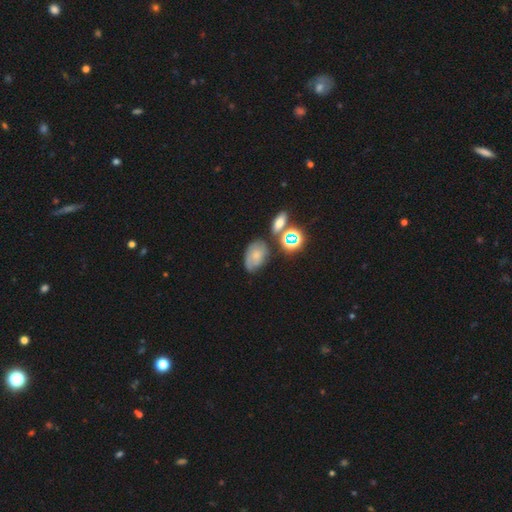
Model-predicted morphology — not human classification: Smooth or featured?
  - smooth: 46% *
  - featured or disk: 36%
  - star or artifact: 18%
Merging?
  - none: 54% *
  - minor disturbance: 26%
  - merger: 11%
  - major disturbance: 10%